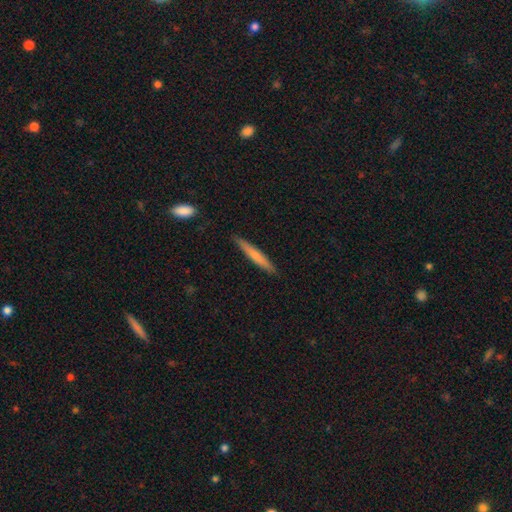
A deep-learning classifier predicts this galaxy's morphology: Overall: smooth (65%; featured or disk 29%). How rounded: cigar-shaped (95%). Merging: none (88%).